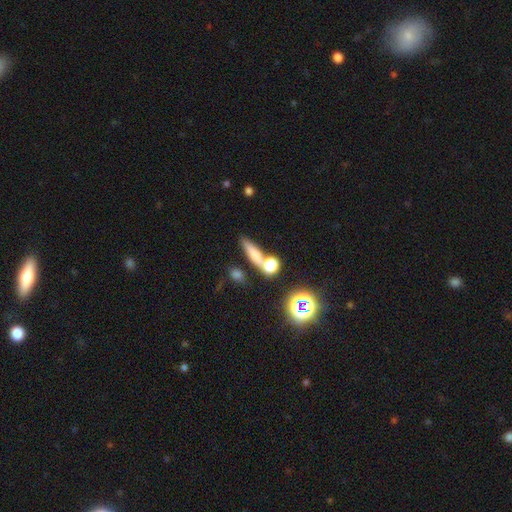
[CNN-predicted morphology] type=smooth (66%); roundness=cigar-shaped (55%); merging=none (57%).